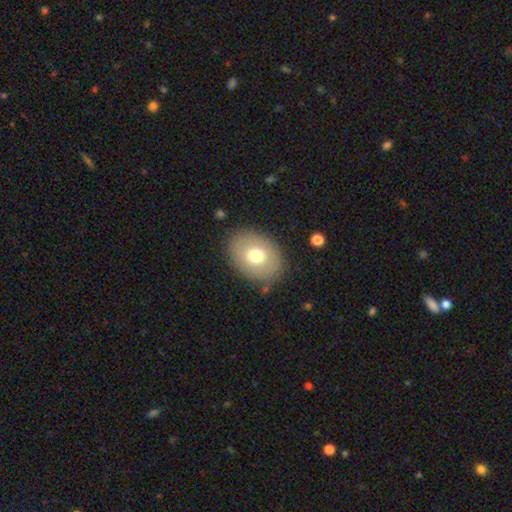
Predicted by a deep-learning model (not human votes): Q: Smooth or featured?
A: smooth (71%); runner-up: featured or disk (19%)
Q: How rounded?
A: in between (66%); runner-up: round (33%)
Q: Merging?
A: none (84%); runner-up: minor disturbance (11%)